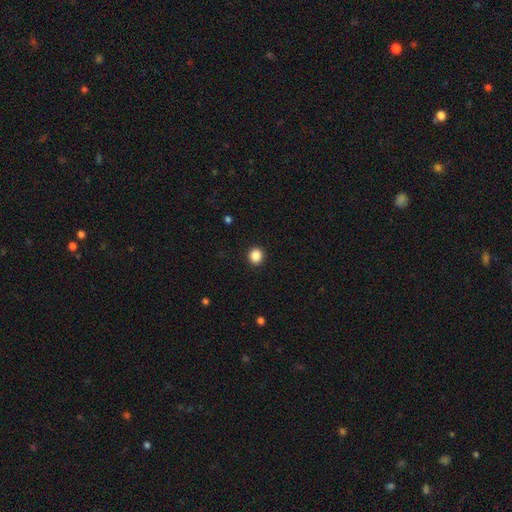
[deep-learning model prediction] Morphology: type=smooth (87%); roundness=round (87%); merging=none (93%).